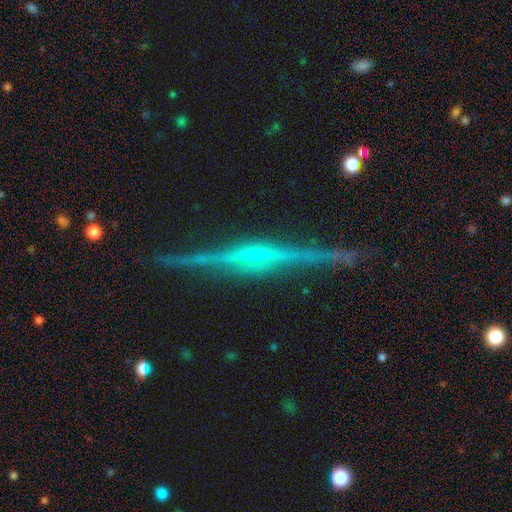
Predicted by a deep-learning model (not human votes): This is clearly a featured or disk galaxy (88%). It is clearly viewed edge-on (98%). Edge-on bulge: likely rounded (69%). Merging: clearly none (86%).